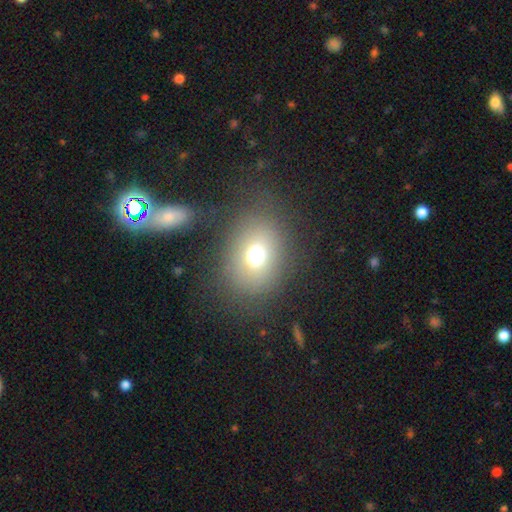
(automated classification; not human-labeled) This is likely a smooth galaxy (66%). How rounded: possibly round (55%). Merging: likely none (73%).